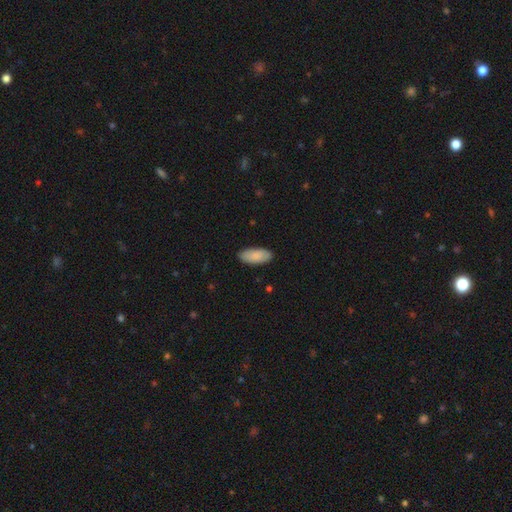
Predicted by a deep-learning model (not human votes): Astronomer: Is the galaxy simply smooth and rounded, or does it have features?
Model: smooth — 88%.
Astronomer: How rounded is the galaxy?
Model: in between — 90%.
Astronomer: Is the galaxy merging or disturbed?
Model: none — 87%.